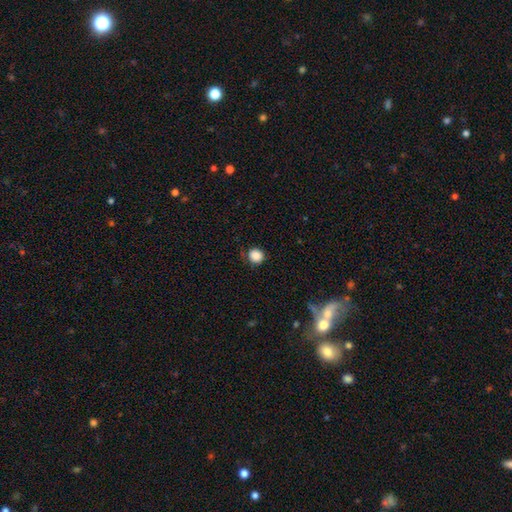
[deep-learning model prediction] Morphology: type=smooth (87%); roundness=round (90%); merging=none (81%).